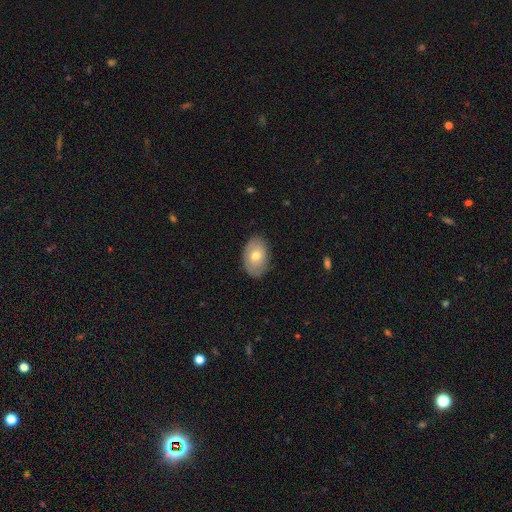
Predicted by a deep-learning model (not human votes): smooth_or_featured: smooth (p=0.66) [alt: featured or disk p=0.28]
how_rounded: in between (p=0.87) [alt: round p=0.12]
merging: none (p=0.83) [alt: minor disturbance p=0.14]